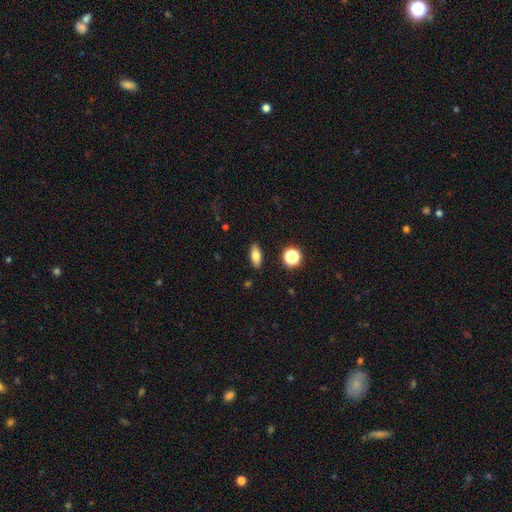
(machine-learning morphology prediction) This appears to be a smooth galaxy with no disk features (76%) that is in between round and cigar-shaped (78%). Merging: none (88%).